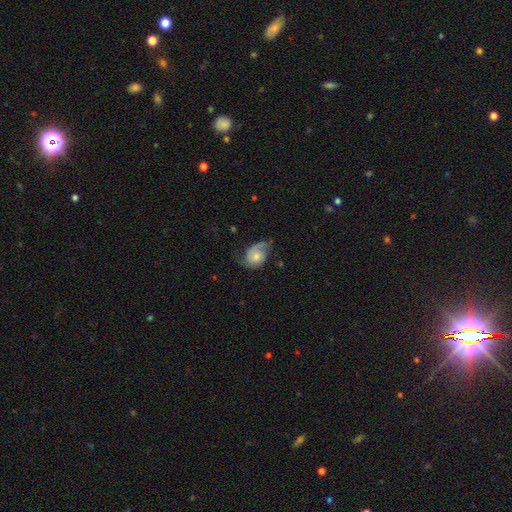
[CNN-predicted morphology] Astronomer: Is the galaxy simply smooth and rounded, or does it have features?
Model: featured or disk — 55% (runner-up: smooth, 38%).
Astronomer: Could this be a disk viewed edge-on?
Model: no — 97%.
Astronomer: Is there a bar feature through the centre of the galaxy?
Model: no — 76%.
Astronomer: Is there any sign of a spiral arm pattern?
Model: yes — 85%.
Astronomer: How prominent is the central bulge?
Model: moderate — 50% (runner-up: small, 36%).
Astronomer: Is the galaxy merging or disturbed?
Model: none — 45% (runner-up: minor disturbance, 33%).